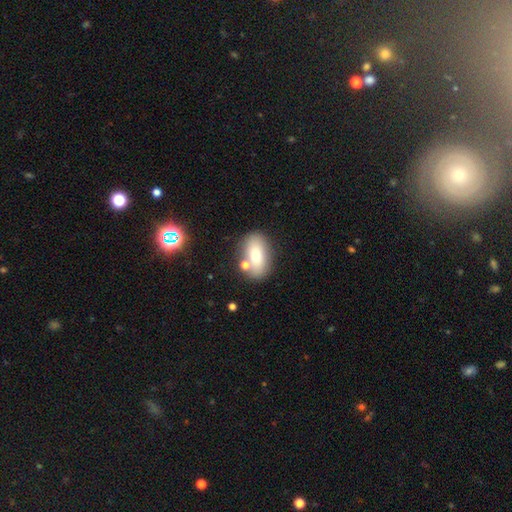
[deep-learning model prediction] A smooth galaxy with no disk features (73%) that is in between round and cigar-shaped (86%). Merging: none (71%).